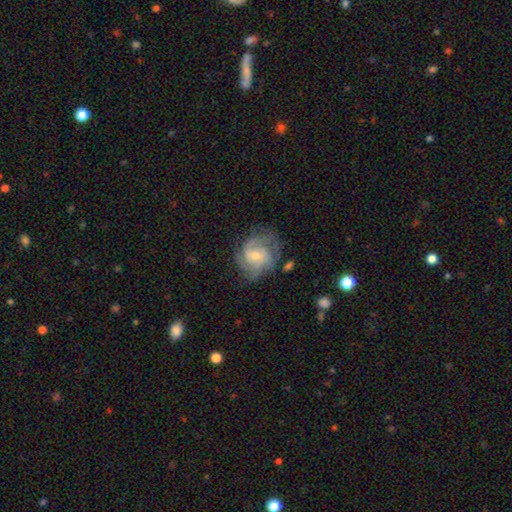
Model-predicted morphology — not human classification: Smooth or featured? Predicted: featured or disk (p=0.78). Edge-on disk? Predicted: no (p=0.98). Bar? Predicted: no (p=0.51). Spiral arms? Predicted: yes (p=0.92). Spiral winding? Predicted: medium (p=0.43). Spiral arm count? Predicted: can't tell (p=0.28). Bulge size? Predicted: small (p=0.50). Merging? Predicted: none (p=0.61).